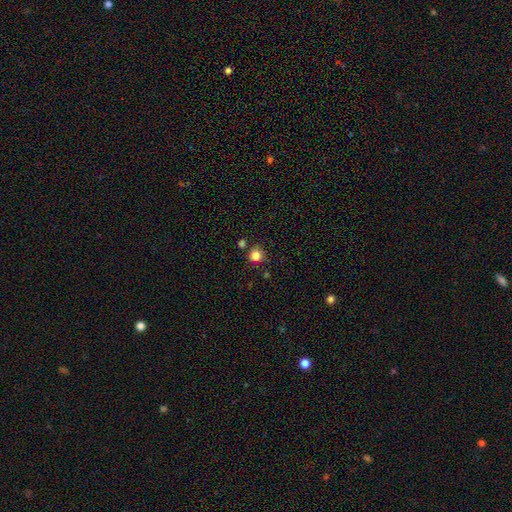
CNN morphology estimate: type=smooth (83%); roundness=round (92%); merging=none (81%).